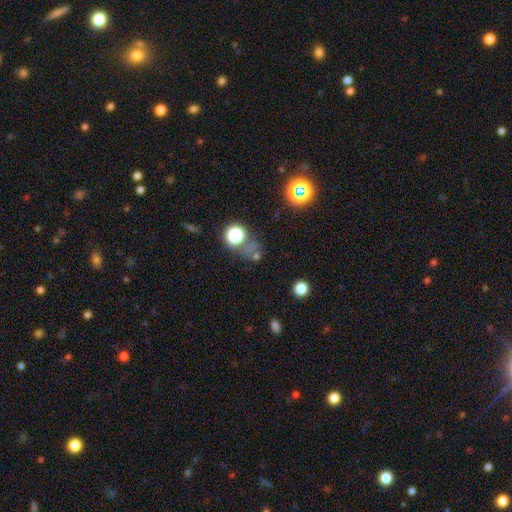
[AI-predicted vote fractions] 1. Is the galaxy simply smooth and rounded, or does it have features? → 57% star or artifact, 32% smooth, 11% featured or disk.